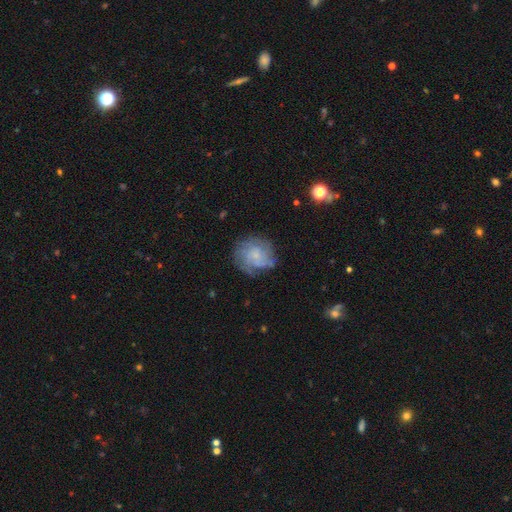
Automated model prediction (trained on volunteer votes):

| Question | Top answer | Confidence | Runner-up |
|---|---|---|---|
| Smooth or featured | featured or disk | 56% | smooth (35%) |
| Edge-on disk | no | 98% | yes (2%) |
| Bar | no | 80% | weak (17%) |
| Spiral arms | yes | 78% | no (22%) |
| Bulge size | small | 62% | none (18%) |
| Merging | none | 68% | minor disturbance (20%) |